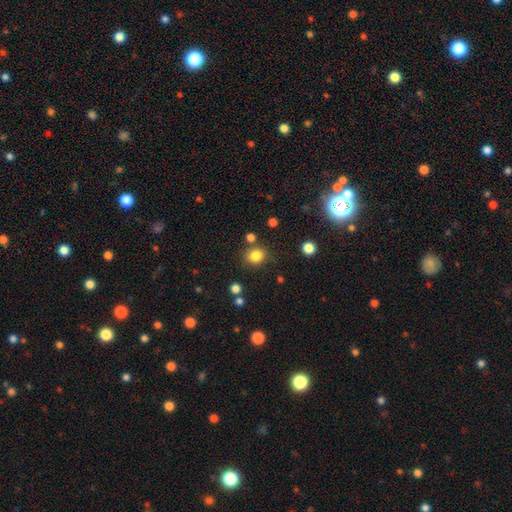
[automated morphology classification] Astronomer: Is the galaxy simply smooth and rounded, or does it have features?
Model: smooth — 82%.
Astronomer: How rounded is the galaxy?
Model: round — 78%.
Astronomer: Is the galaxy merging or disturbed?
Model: none — 80%.